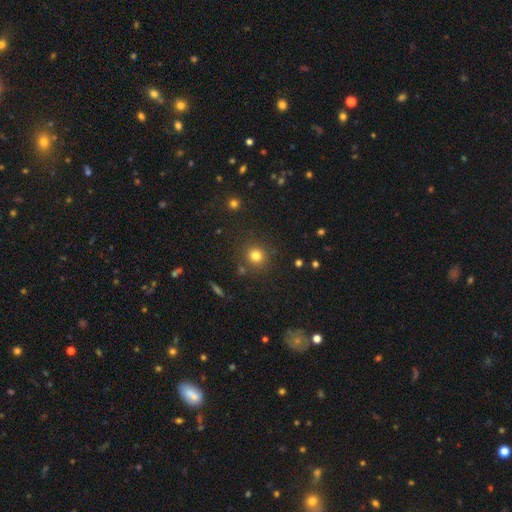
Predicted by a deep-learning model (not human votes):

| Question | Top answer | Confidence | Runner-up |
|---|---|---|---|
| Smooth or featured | smooth | 79% | star or artifact (15%) |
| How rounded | round | 92% | in between (7%) |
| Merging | none | 85% | minor disturbance (8%) |